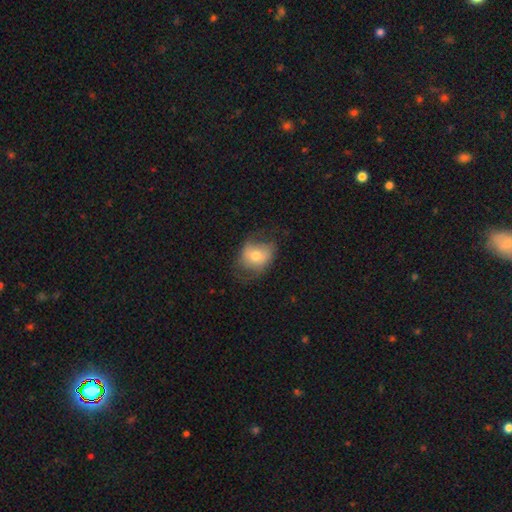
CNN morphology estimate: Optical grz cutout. It shows a smooth galaxy with no disk features (57%) that is in between round and cigar-shaped (53%). Merging: none (50%).